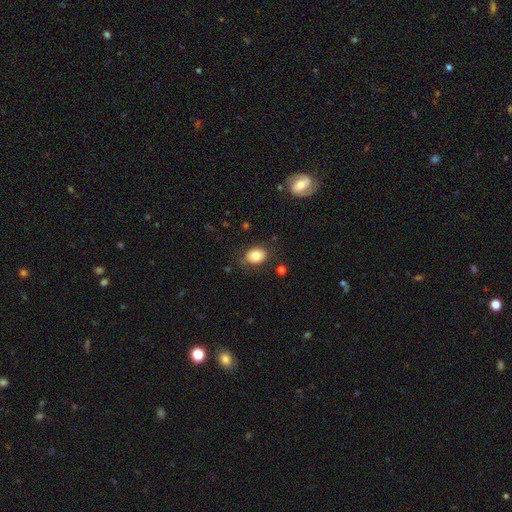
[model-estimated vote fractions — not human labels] Q: Smooth or featured?
A: smooth (81%); runner-up: featured or disk (10%)
Q: How rounded?
A: in between (61%); runner-up: round (38%)
Q: Merging?
A: none (78%); runner-up: minor disturbance (16%)